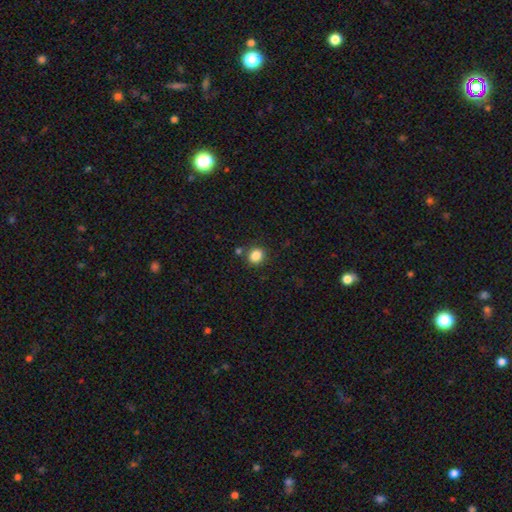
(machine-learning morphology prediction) The model was most divided on "how rounded": round: 70%, in between: 29%, cigar-shaped: 1%. More confident: smooth or featured — smooth (85%); merging — none (82%).